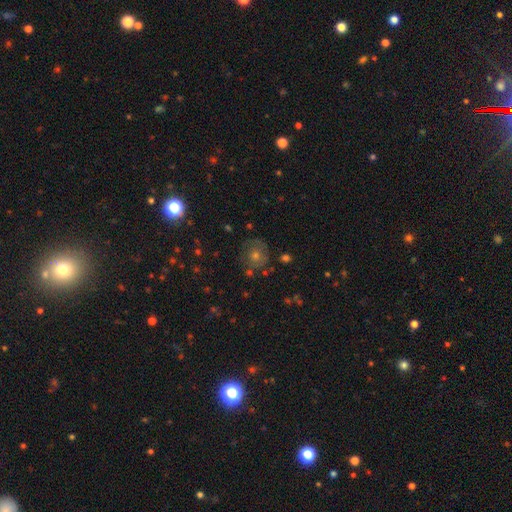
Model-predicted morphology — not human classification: A smooth galaxy with no disk features (37%, tied with featured or disk). Merging: none (76%).